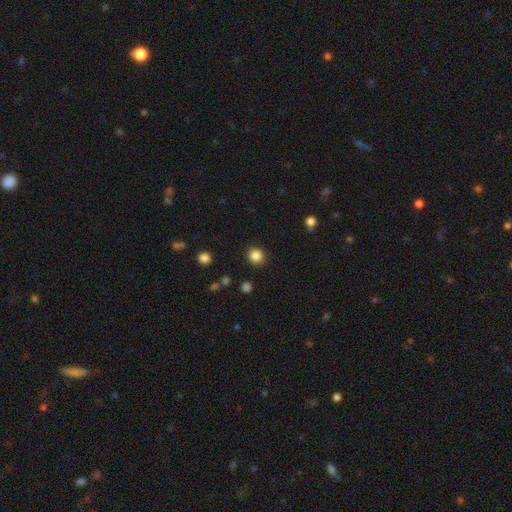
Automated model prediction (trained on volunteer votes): Q: Smooth or featured?
A: smooth (85%); runner-up: star or artifact (11%)
Q: How rounded?
A: round (89%); runner-up: in between (10%)
Q: Merging?
A: none (90%); runner-up: minor disturbance (6%)